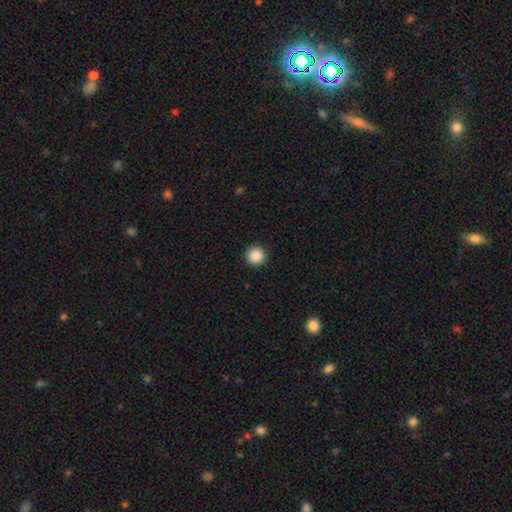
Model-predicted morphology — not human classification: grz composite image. It shows a smooth galaxy with no disk features (88%) that is round (96%). Merging: none (93%).